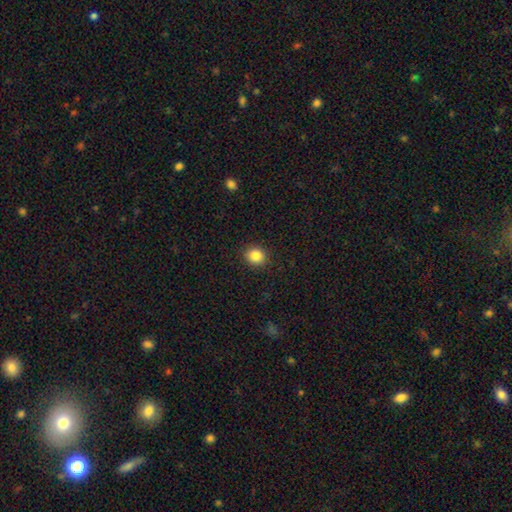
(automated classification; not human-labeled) Smooth or featured: smooth — 85% (star or artifact — 10%)
How rounded: round — 80% (in between — 19%)
Merging: none — 91% (minor disturbance — 6%)